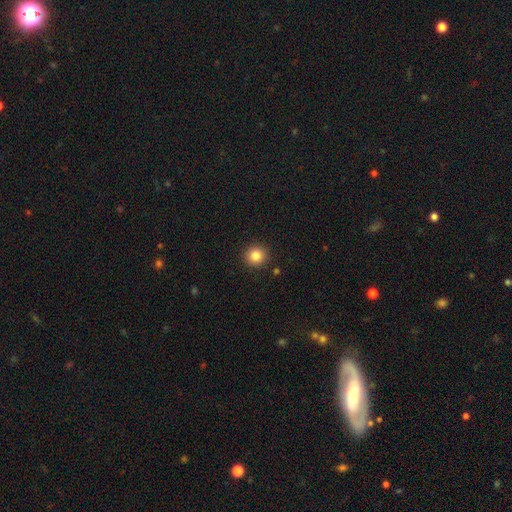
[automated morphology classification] smooth 84%, star or artifact 11%, featured or disk 5%. Down the decision tree: how rounded — round (92%); merging — none (91%).